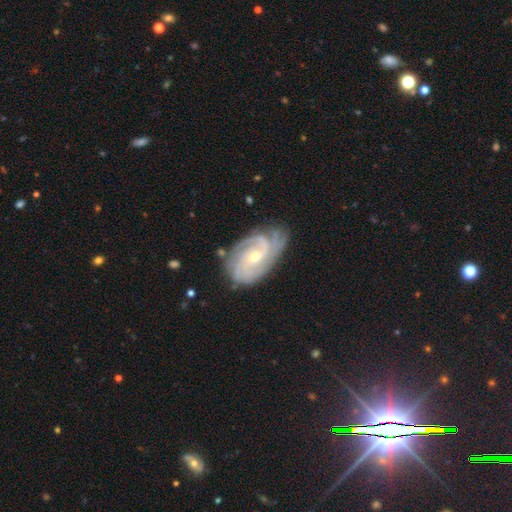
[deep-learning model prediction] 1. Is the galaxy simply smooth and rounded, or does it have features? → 82% featured or disk, 9% star or artifact, 9% smooth.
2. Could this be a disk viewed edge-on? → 96% no, 4% yes.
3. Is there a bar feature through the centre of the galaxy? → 55% no, 35% weak, 11% strong.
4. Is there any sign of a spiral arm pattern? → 96% yes, 4% no.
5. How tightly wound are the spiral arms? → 64% tight, 29% medium, 7% loose.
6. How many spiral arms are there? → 26% can't tell (tied), 26% 3 (tied), 22% 2, 13% 4, 7% more than 4, 6% 1.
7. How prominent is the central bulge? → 51% small, 46% moderate, 1% large, 1% none, 1% dominant.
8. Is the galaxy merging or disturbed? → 73% none, 19% minor disturbance, 6% major disturbance, 2% merger.